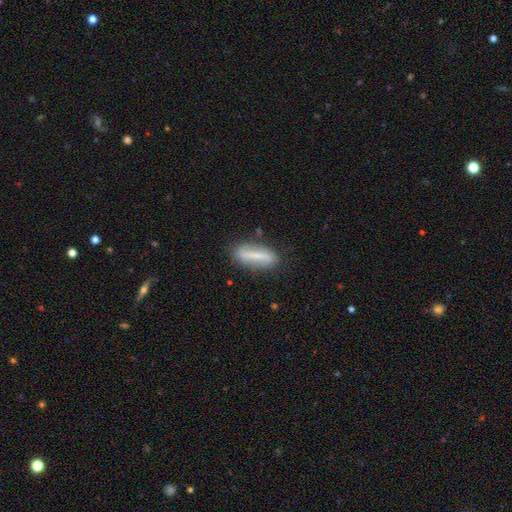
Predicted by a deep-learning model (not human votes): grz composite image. It shows a featured or disk galaxy (47%). Merging: none (81%).